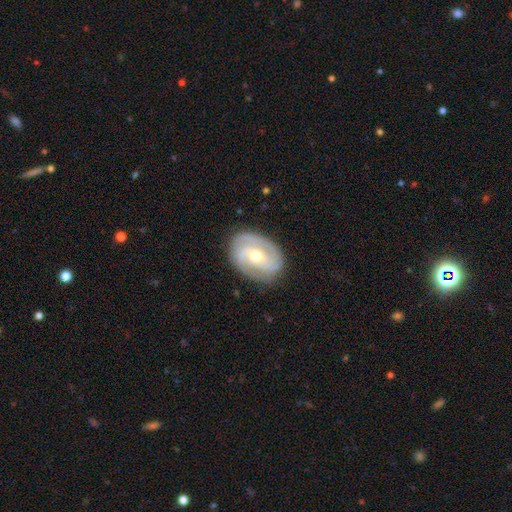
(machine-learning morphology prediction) smooth_or_featured: featured or disk (p=0.80) [alt: smooth p=0.14]
disk_edge_on: no (p=0.96) [alt: yes p=0.04]
bar: no (p=0.46) [alt: weak p=0.39]
has_spiral_arms: yes (p=0.92) [alt: no p=0.08]
spiral_winding: tight (p=0.54) [alt: medium p=0.36]
spiral_arm_count: 2 (p=0.50) [alt: 3 p=0.23]
bulge_size: moderate (p=0.63) [alt: small p=0.32]
merging: none (p=0.81) [alt: minor disturbance p=0.14]